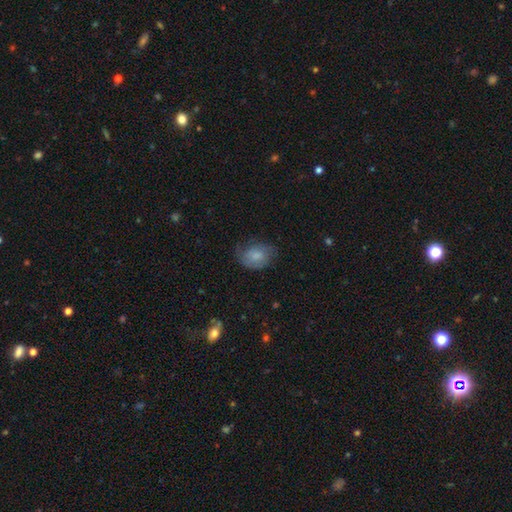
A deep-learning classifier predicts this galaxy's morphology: A smooth galaxy with no disk features (66%) that is in between round and cigar-shaped (65%). Merging: none (54%).